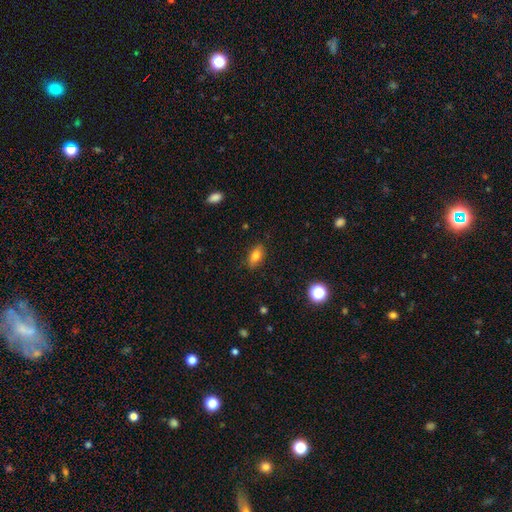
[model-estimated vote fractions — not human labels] Smooth or featured: smooth — 79% (featured or disk — 12%)
How rounded: in between — 85% (round — 8%)
Merging: none — 86% (minor disturbance — 11%)